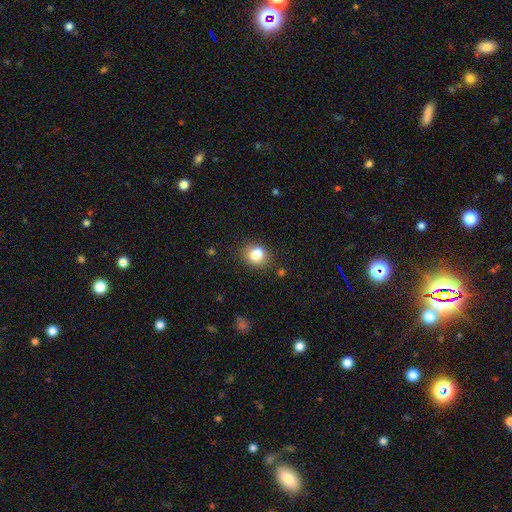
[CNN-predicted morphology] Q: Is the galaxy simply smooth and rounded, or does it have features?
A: smooth — 81%.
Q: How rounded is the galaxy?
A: round — 60%.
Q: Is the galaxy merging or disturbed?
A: none — 77%.